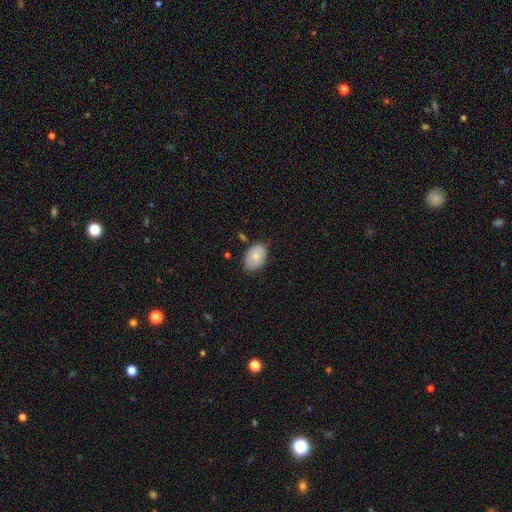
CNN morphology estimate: Smooth or featured? smooth (81%)
How rounded? in between (85%)
Merging? none (70%)